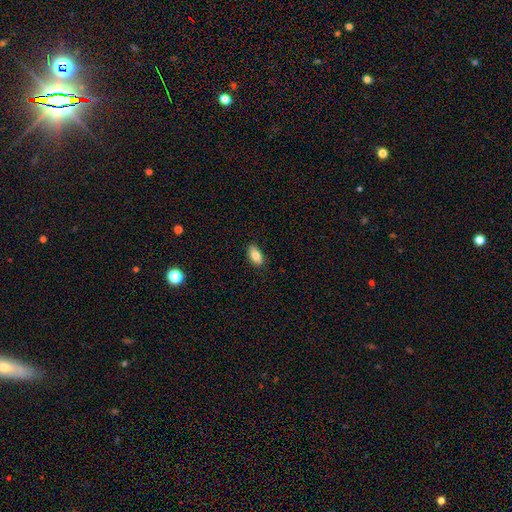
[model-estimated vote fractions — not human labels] Smooth or featured? smooth (81%)
How rounded? in between (89%)
Merging? none (85%)